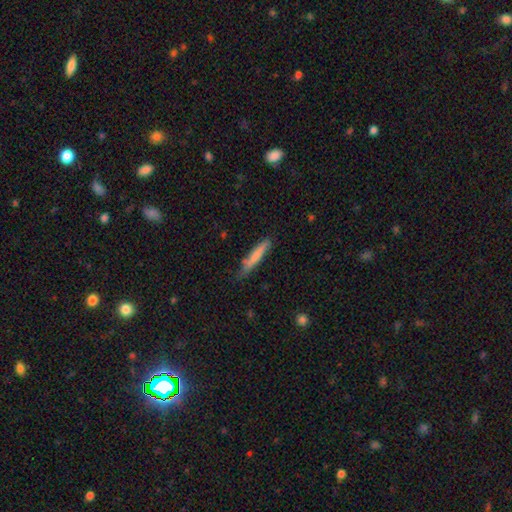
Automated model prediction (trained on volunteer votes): The model was most divided on "merging": none: 70%, minor disturbance: 23%, major disturbance: 4%, merger: 3%. More confident: how rounded — cigar-shaped (92%); smooth or featured — smooth (72%).